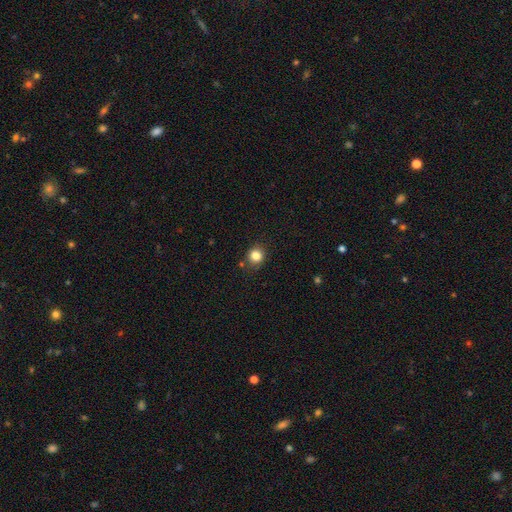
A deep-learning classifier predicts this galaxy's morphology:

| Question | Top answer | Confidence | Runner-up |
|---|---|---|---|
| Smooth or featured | smooth | 83% | star or artifact (12%) |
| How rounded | round | 80% | in between (19%) |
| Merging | none | 84% | minor disturbance (11%) |